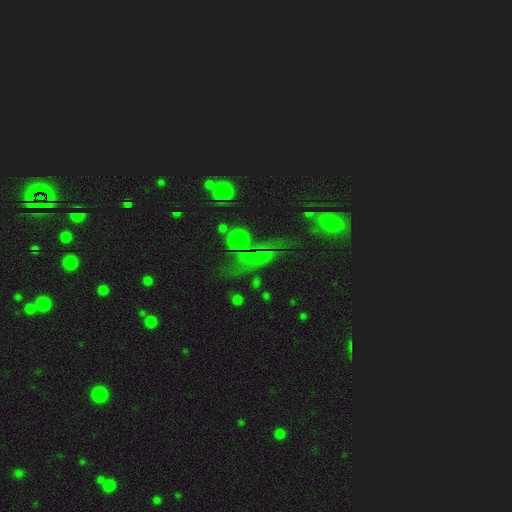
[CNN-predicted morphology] This is possibly a smooth galaxy (47%). Merging: likely none (63%).